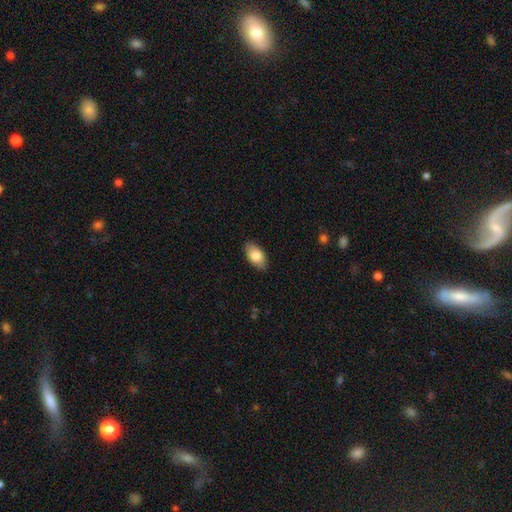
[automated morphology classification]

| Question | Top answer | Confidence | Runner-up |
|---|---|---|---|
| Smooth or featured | smooth | 83% | featured or disk (11%) |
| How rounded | in between | 93% | round (4%) |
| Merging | none | 86% | minor disturbance (11%) |